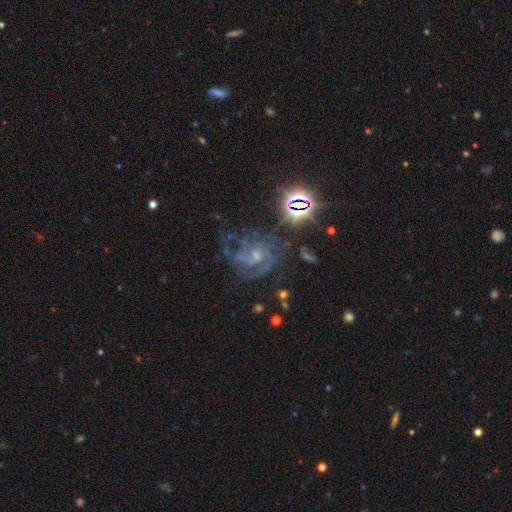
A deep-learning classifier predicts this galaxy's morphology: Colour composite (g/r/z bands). It shows a featured or disk galaxy (71%) with no bar (60%), can't tell (28%, tied with 3) medium (44%, tied with tight) spiral arms (92%) and a small central bulge (55%). Merging: none (56%).